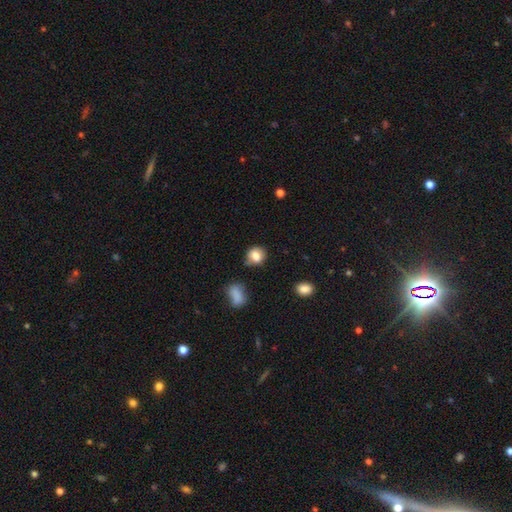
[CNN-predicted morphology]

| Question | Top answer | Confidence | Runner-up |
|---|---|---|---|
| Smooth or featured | smooth | 80% | featured or disk (10%) |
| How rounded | round | 68% | in between (30%) |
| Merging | none | 68% | minor disturbance (21%) |